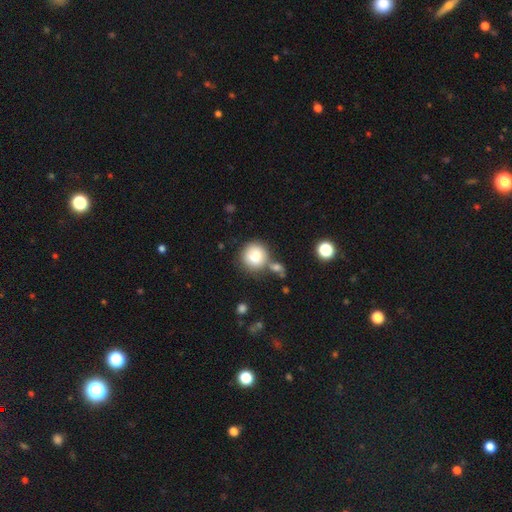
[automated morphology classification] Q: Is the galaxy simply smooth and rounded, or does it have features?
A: smooth — 81%.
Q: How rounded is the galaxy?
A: round — 91%.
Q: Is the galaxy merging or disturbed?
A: none — 62%.